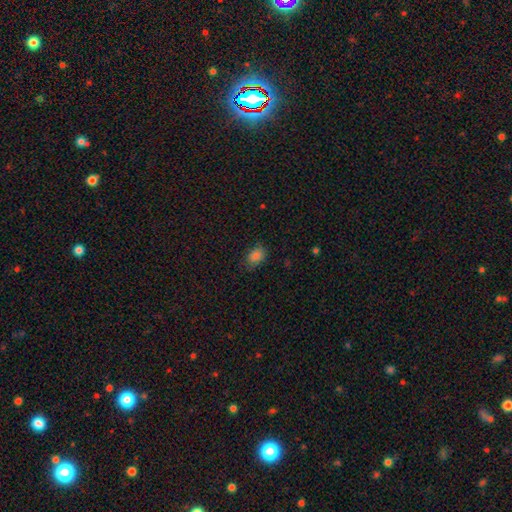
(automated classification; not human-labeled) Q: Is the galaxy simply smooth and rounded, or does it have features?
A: smooth — 84%.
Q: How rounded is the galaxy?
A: in between — 73%.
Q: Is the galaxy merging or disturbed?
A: none — 74%.